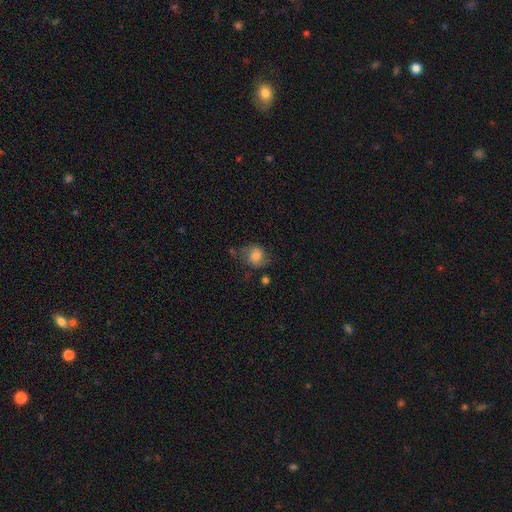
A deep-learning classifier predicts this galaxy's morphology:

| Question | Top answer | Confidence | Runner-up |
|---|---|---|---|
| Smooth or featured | smooth | 71% | featured or disk (20%) |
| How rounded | round | 71% | in between (28%) |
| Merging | none | 56% | minor disturbance (27%) |